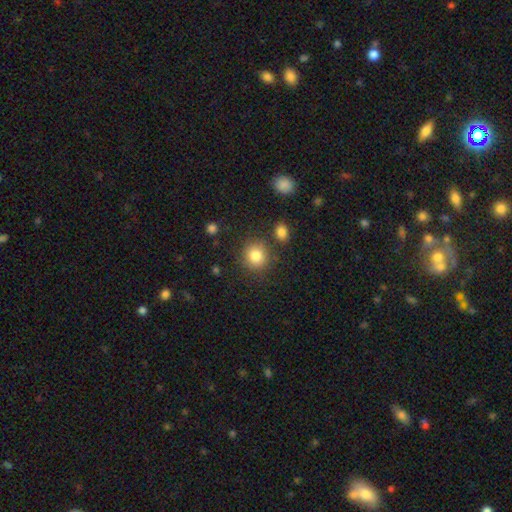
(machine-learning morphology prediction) A smooth galaxy with no disk features (84%) that is round (87%).

Vote fractions:
- Smooth or featured? smooth: 84% / star or artifact: 10% / featured or disk: 6%
- How rounded? round: 87% / in between: 12% / cigar-shaped: 1%
- Merging? none: 82% / minor disturbance: 10% / merger: 5% / major disturbance: 3%